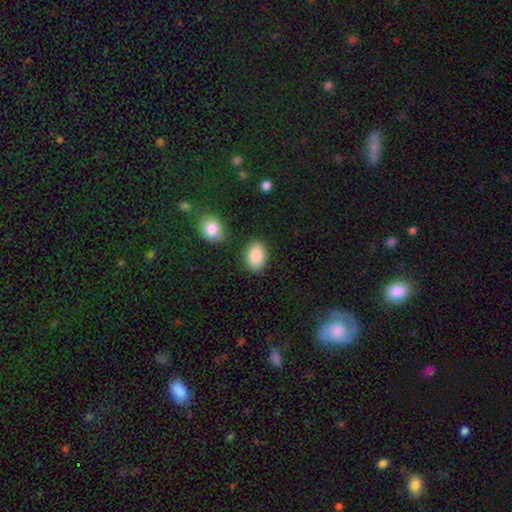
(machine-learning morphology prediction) A smooth galaxy with no disk features (88%) that is in between round and cigar-shaped (85%). Merging: none (81%).